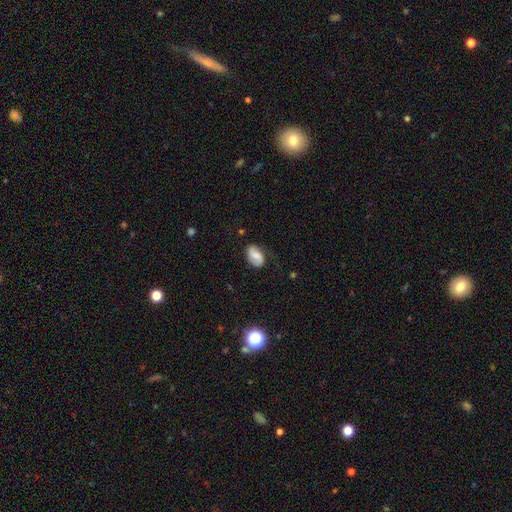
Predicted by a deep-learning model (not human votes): Overall: smooth (46%, tied with featured or disk). Merging: none (69%).